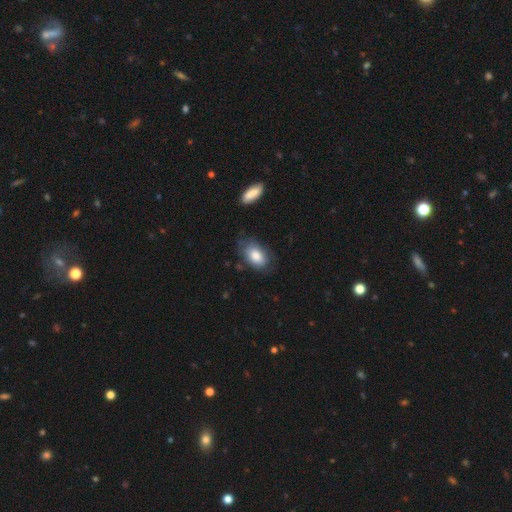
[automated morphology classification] A smooth galaxy with no disk features (79%) that is in between round and cigar-shaped (91%). Merging: none (66%).